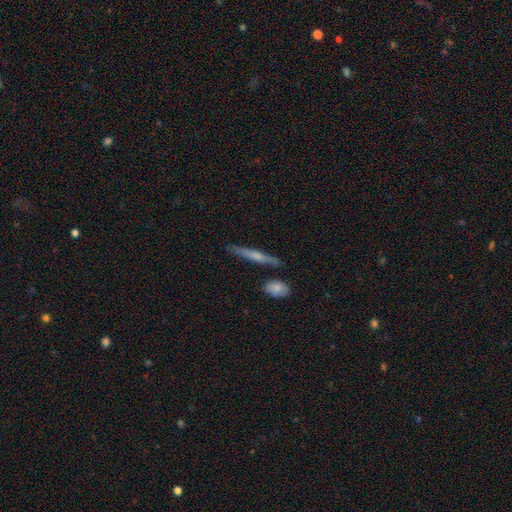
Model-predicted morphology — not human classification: Smooth or featured?
  - featured or disk: 51% *
  - smooth: 43%
  - star or artifact: 6%
Edge-on disk?
  - yes: 94% *
  - no: 6%
Merging?
  - none: 83% *
  - minor disturbance: 10%
  - merger: 5%
  - major disturbance: 2%